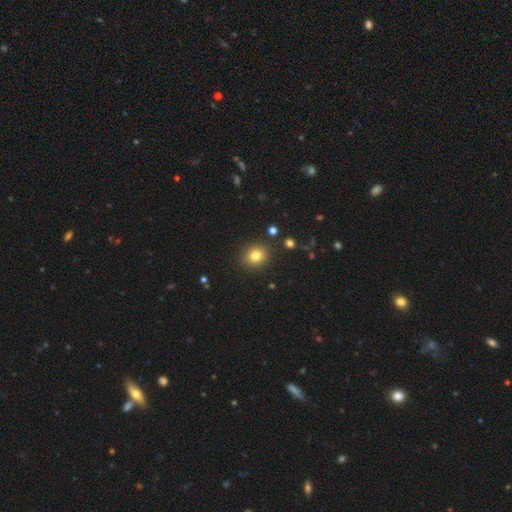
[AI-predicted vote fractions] This appears to be a smooth galaxy with no disk features (81%) that is round (77%). Merging: none (88%).